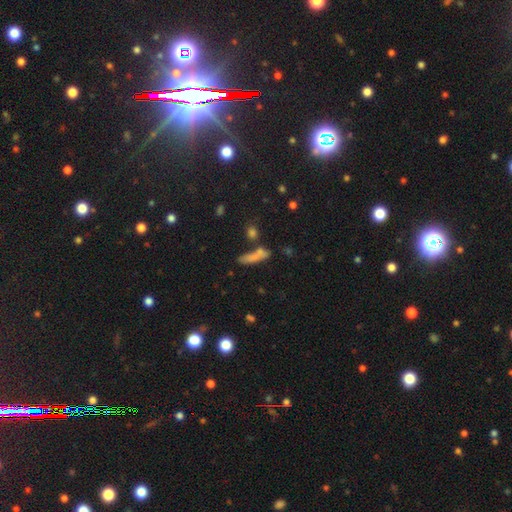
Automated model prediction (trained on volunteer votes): smooth-or-featured: smooth: 72% | featured or disk: 17% | star or artifact: 11%
  how-rounded: cigar-shaped: 68% | in between: 27% | round: 5%
  merging: none: 53% | merger: 22% | minor disturbance: 17% | major disturbance: 8%